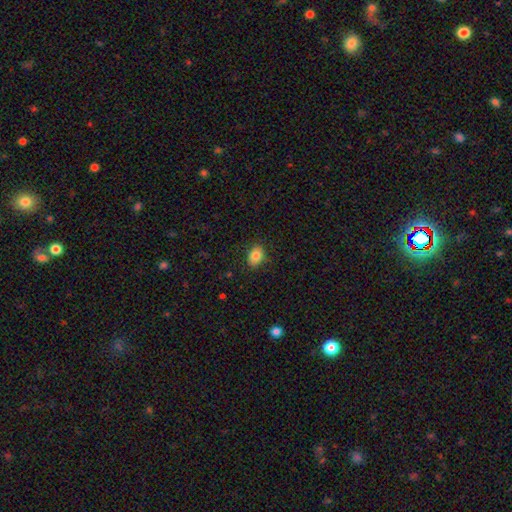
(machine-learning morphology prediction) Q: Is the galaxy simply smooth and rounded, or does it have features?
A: smooth — 83%.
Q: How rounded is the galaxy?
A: in between — 75%.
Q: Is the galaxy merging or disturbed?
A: none — 86%.